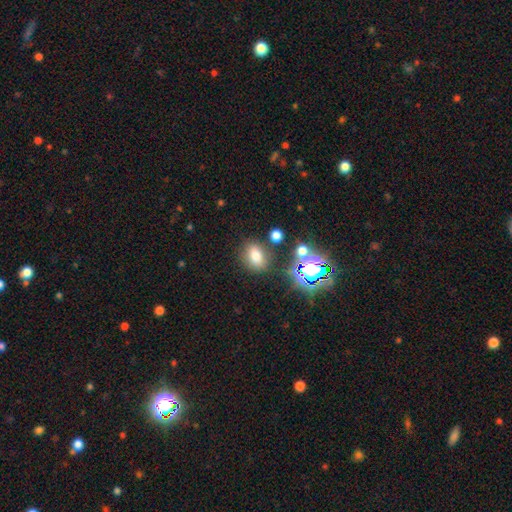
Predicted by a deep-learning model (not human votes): The model was most divided on "how rounded": in between: 63%, round: 35%, cigar-shaped: 2%. More confident: merging — none (79%); smooth or featured — smooth (70%).